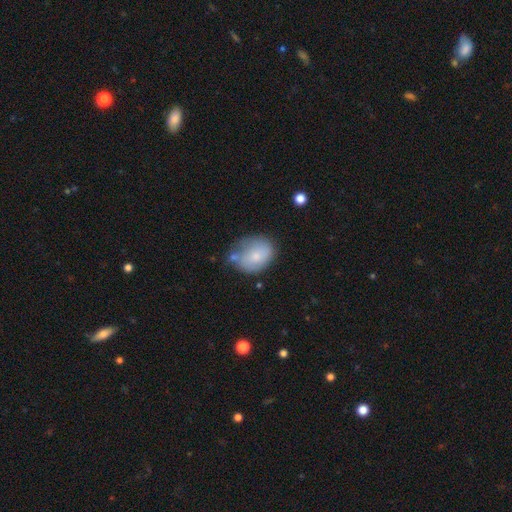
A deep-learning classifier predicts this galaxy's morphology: Smooth or featured: smooth — 72% (featured or disk — 20%)
How rounded: in between — 62% (round — 37%)
Merging: none — 48% (minor disturbance — 31%)